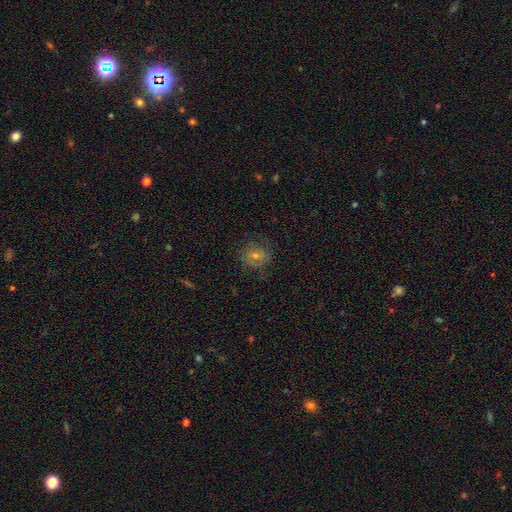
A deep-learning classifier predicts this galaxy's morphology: Smooth or featured? Predicted: smooth (p=0.41). Merging? Predicted: none (p=0.76).